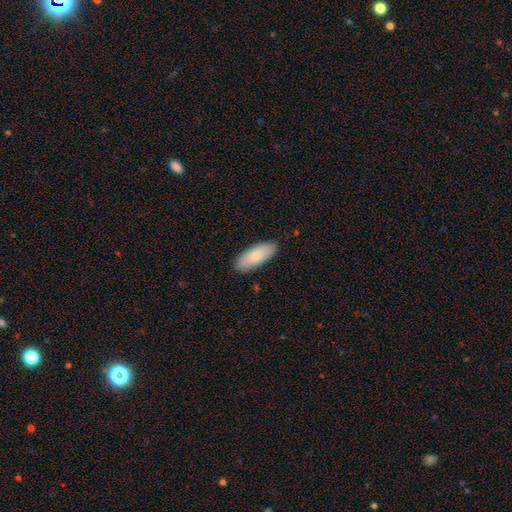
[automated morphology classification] This appears to be a smooth galaxy with no disk features (80%) that is in between round and cigar-shaped (78%). Merging: none (87%).